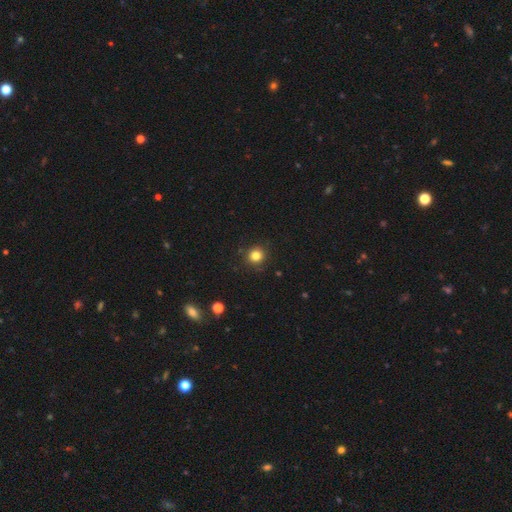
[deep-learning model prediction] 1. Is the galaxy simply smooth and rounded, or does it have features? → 82% smooth, 13% star or artifact, 5% featured or disk.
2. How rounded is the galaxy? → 91% round, 8% in between, 1% cigar-shaped.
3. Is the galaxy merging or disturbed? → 88% none, 8% minor disturbance, 2% major disturbance, 1% merger.